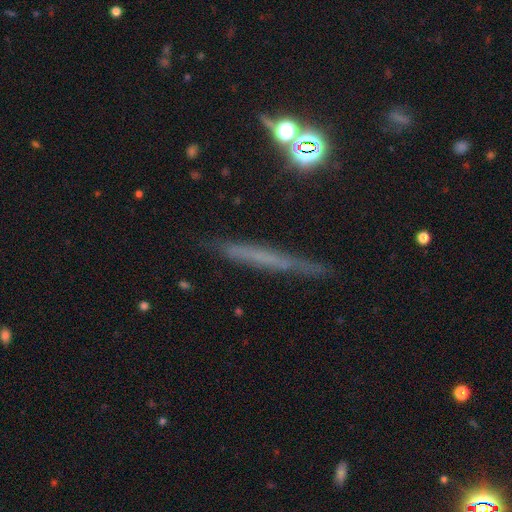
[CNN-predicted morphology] This is possibly a featured or disk galaxy (46%). Merging: clearly none (84%).